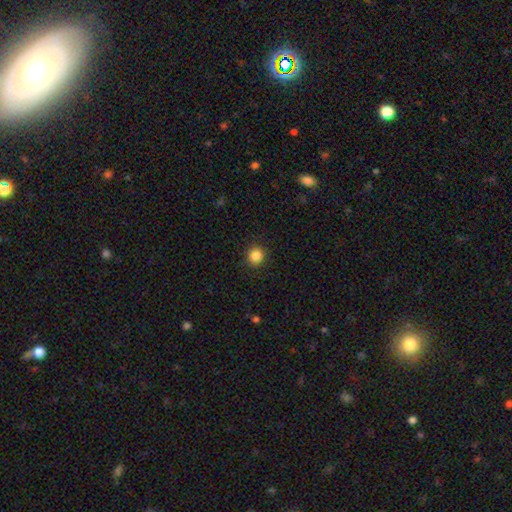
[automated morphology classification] A smooth galaxy with no disk features (86%) that is round (90%). Merging: none (91%).